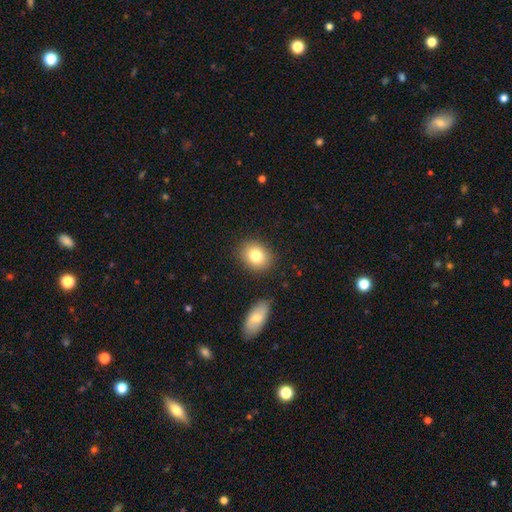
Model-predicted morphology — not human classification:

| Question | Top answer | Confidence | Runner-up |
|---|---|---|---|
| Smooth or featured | smooth | 80% | featured or disk (11%) |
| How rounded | round | 52% | in between (47%) |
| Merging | none | 85% | minor disturbance (9%) |